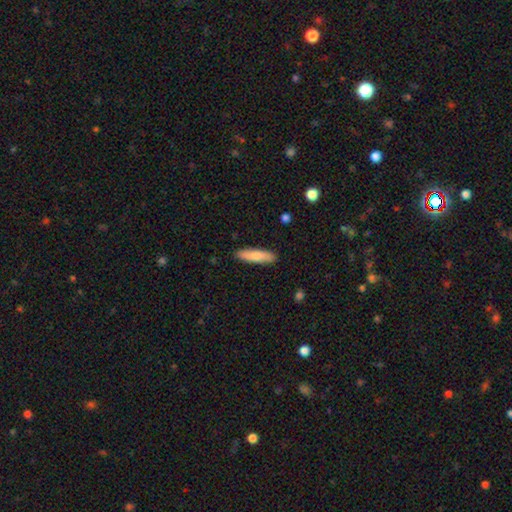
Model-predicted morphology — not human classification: A smooth galaxy with no disk features (80%) that is cigar-shaped (74%). Merging: none (89%).